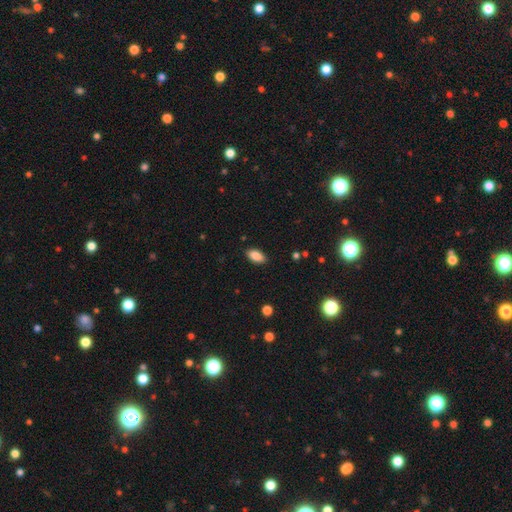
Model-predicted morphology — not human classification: Smooth or featured? smooth (87%)
How rounded? in between (92%)
Merging? none (87%)